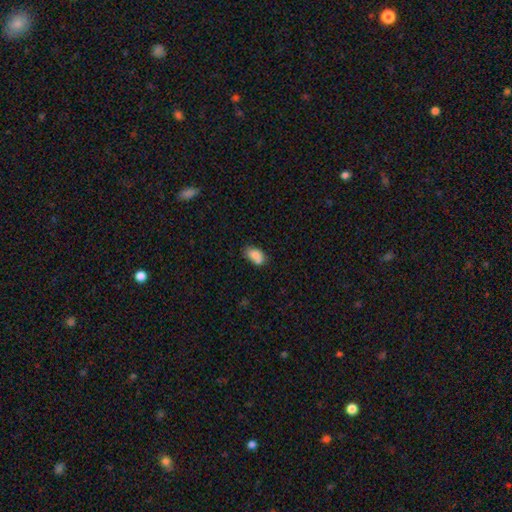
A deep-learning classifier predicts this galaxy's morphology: This appears to be a smooth galaxy with no disk features (82%) that is in between round and cigar-shaped (88%). Merging: none (53%).